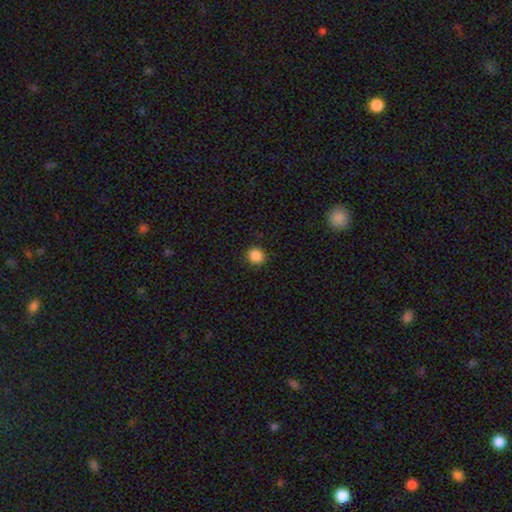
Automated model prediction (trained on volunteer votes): A smooth galaxy with no disk features (87%) that is round (86%). Merging: none (90%).